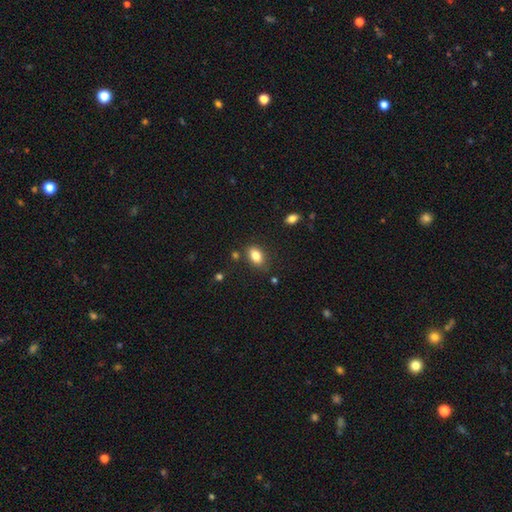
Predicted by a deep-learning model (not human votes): smooth-or-featured: smooth: 83% | star or artifact: 9% | featured or disk: 8%
  how-rounded: in between: 88% | round: 10% | cigar-shaped: 2%
  merging: none: 80% | minor disturbance: 13% | merger: 4% | major disturbance: 3%